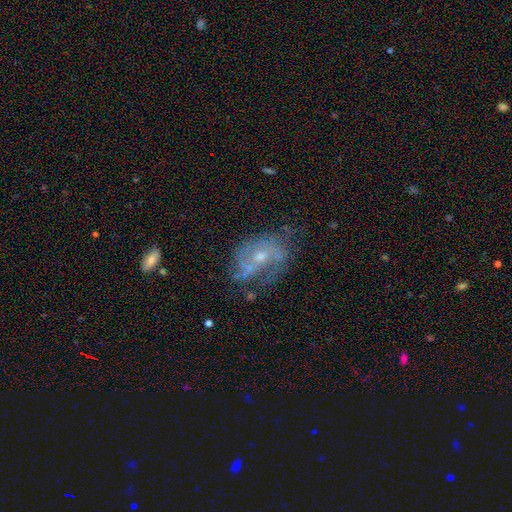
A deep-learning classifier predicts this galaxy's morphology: Smooth or featured? featured or disk (70%)
Edge-on disk? no (96%)
Bar? no (63%)
Spiral arms? yes (83%)
Spiral winding? medium (43%)
Spiral arm count? 2 (37%)
Bulge size? small (56%)
Merging? none (59%)